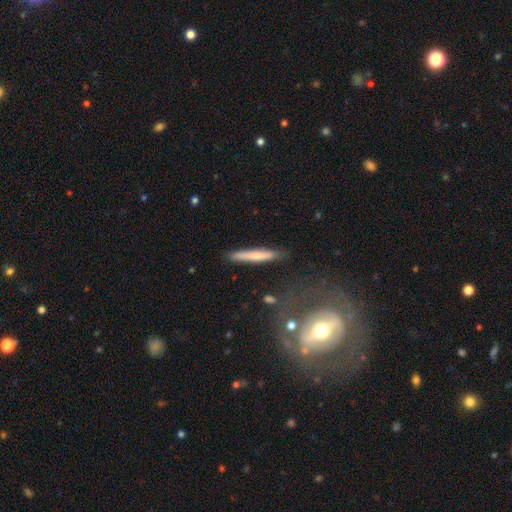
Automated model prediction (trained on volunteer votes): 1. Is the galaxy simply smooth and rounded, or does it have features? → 63% smooth, 31% featured or disk, 6% star or artifact.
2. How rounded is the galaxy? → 94% cigar-shaped, 4% in between, 1% round.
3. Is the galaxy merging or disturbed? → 86% none, 10% minor disturbance, 2% major disturbance, 2% merger.